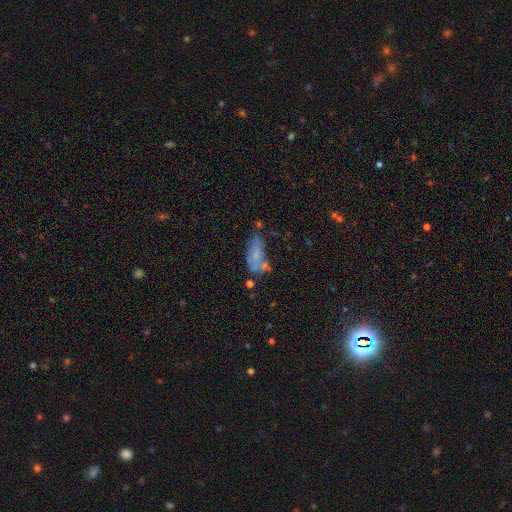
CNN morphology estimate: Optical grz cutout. It shows a smooth galaxy with no disk features (58%) that is in between round and cigar-shaped (84%). Merging: none (38%).